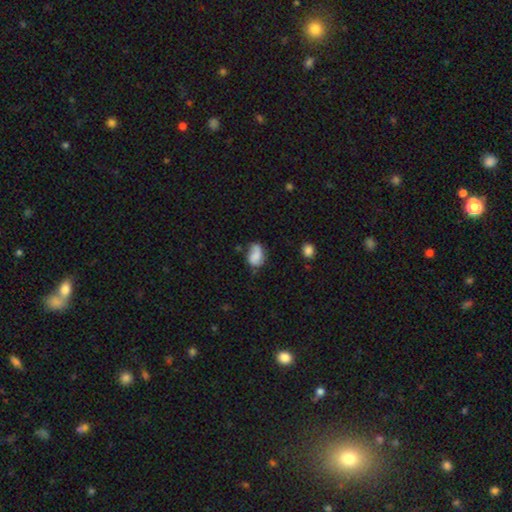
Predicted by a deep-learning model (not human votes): This appears to be a smooth galaxy with no disk features (65%) that is in between round and cigar-shaped (78%). Merging: none (45%).